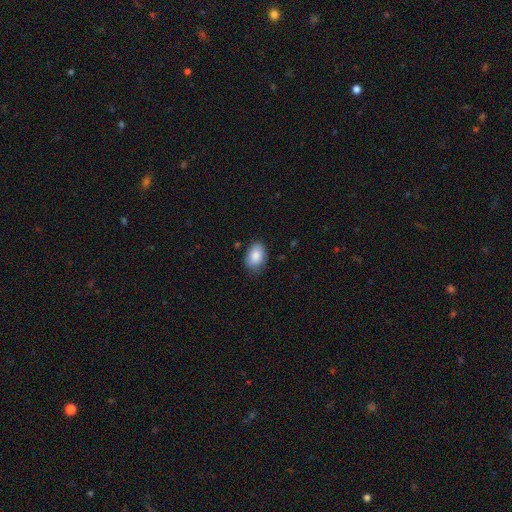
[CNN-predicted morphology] Q: Smooth or featured?
A: smooth (86%); runner-up: featured or disk (8%)
Q: How rounded?
A: in between (82%); runner-up: round (17%)
Q: Merging?
A: none (76%); runner-up: minor disturbance (19%)